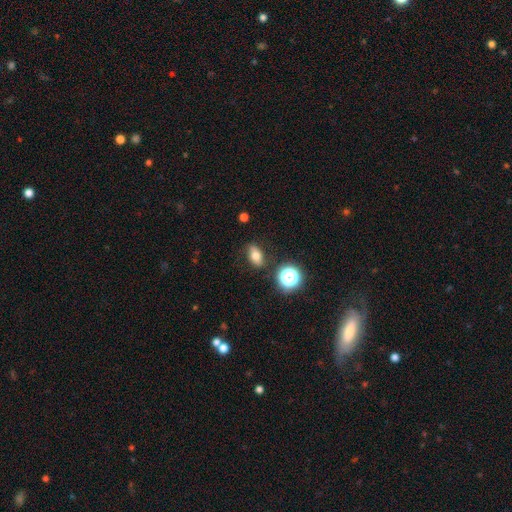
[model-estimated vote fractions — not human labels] smooth 69%, featured or disk 17%, star or artifact 14%. Down the decision tree: how rounded — in between (78%); merging — none (83%).